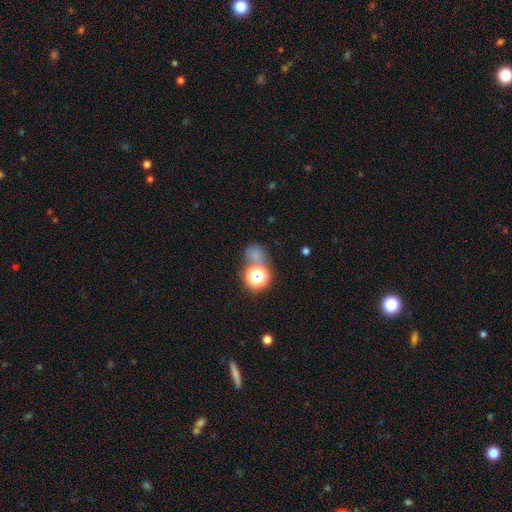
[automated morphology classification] smooth 53%, star or artifact 37%, featured or disk 10%. Down the decision tree: how rounded — round (67%); merging — none (48%).